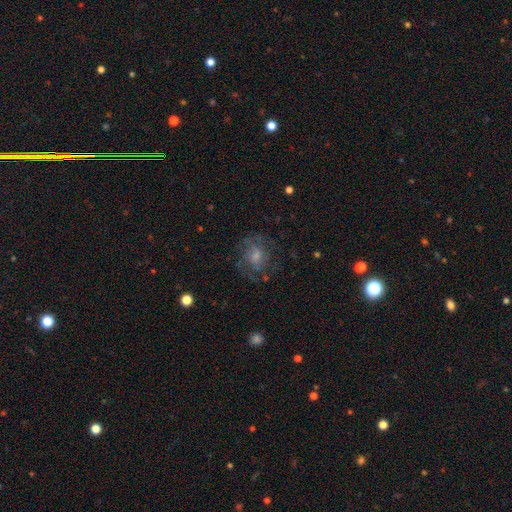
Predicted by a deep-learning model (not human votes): Smooth or featured? Predicted: featured or disk (p=0.58). Edge-on disk? Predicted: no (p=0.97). Bar? Predicted: no (p=0.66). Spiral arms? Predicted: yes (p=0.79). Bulge size? Predicted: moderate (p=0.43). Merging? Predicted: none (p=0.72).